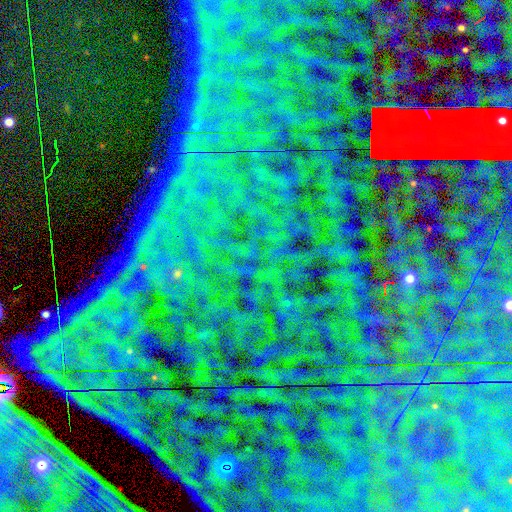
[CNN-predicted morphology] A star or artifact, not a galaxy (86%).

Vote fractions:
- Smooth or featured? star or artifact: 86% / featured or disk: 7% / smooth: 7%